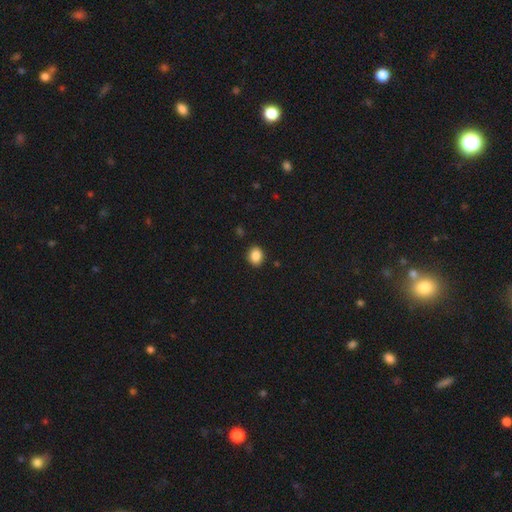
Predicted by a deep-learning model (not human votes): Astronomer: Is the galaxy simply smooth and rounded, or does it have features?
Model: smooth — 87%.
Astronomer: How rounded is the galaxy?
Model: round — 61% (runner-up: in between, 39%).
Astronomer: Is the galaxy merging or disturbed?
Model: none — 90%.